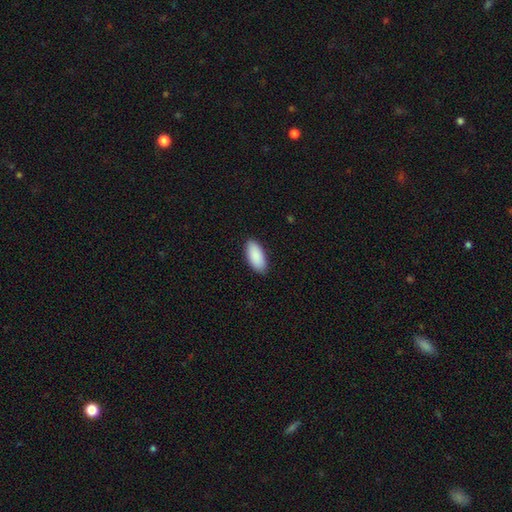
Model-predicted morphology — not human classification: smooth_or_featured: smooth (p=0.91) [alt: star or artifact p=0.06]
how_rounded: in between (p=0.92) [alt: cigar-shaped p=0.07]
merging: none (p=0.88) [alt: minor disturbance p=0.09]